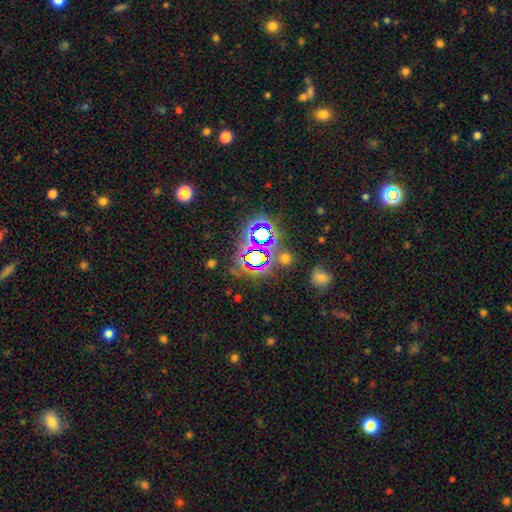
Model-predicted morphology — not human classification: This appears to be a star or artifact, not a galaxy (72%).